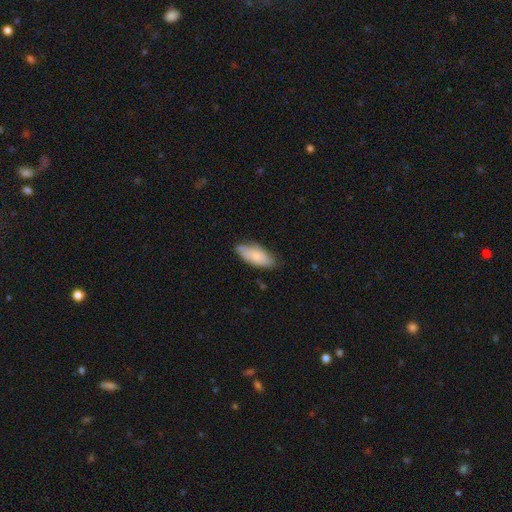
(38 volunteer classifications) Smooth or featured? 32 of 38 (84%) said smooth. How rounded? 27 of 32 (84%) said in between. Merging? 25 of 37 (68%) said none.